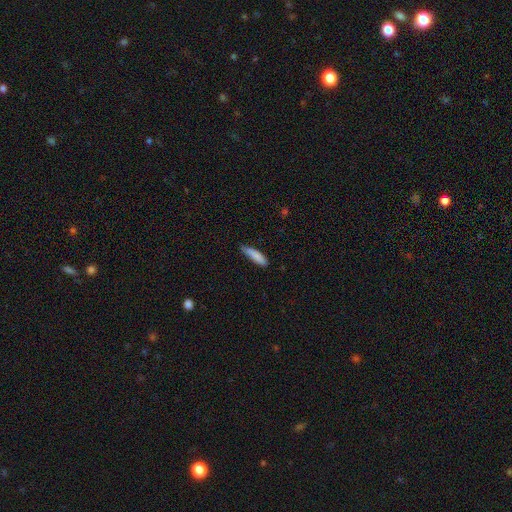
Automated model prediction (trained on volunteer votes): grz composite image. It shows a smooth galaxy with no disk features (85%) that is cigar-shaped (73%). Merging: none (71%).